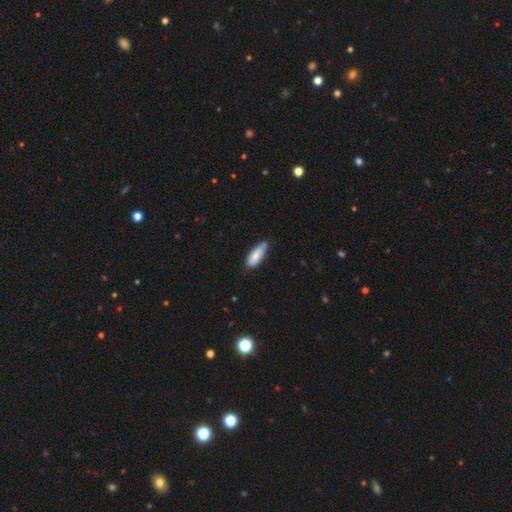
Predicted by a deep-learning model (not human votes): This appears to be a smooth galaxy with no disk features (81%) that is in between round and cigar-shaped (64%). Merging: none (64%).